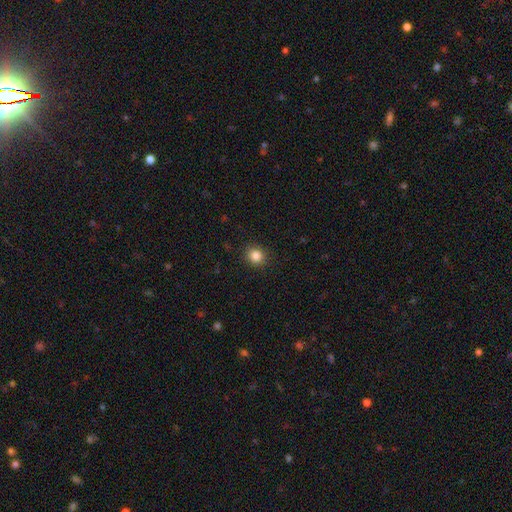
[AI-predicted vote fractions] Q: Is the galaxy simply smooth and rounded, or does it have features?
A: smooth — 84%.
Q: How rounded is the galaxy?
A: round — 86%.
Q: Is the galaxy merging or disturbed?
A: none — 90%.